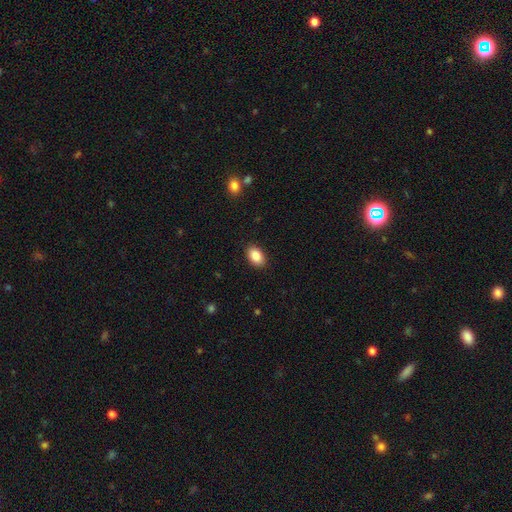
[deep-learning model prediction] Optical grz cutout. It shows a smooth galaxy with no disk features (89%) that is in between round and cigar-shaped (89%). Merging: none (89%).